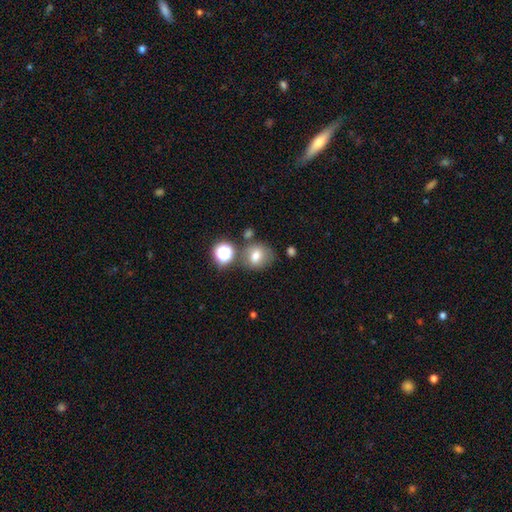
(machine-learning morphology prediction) type=smooth (71%); roundness=round (65%); merging=none (63%).